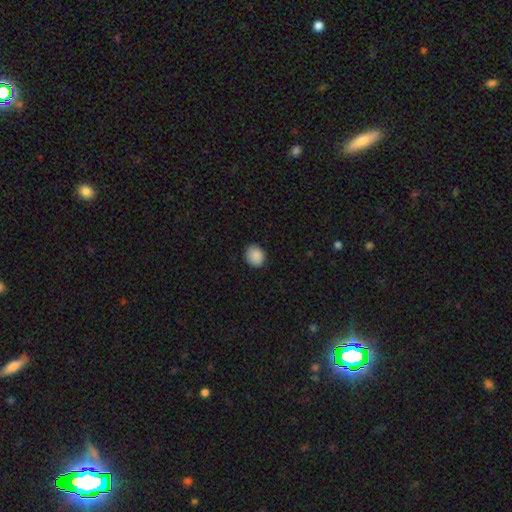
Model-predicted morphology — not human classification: type=smooth (89%); roundness=round (66%); merging=none (87%).